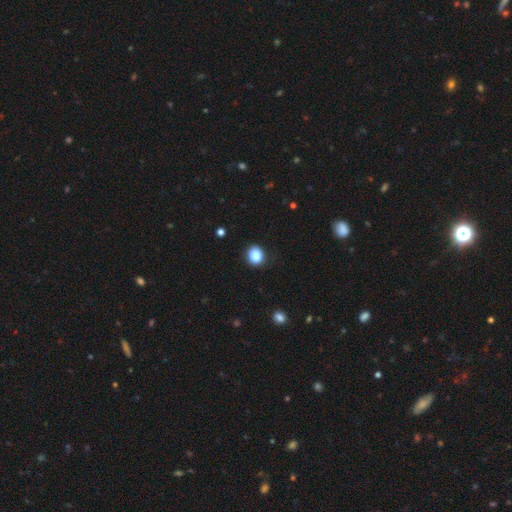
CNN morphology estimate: This is clearly a smooth galaxy (87%). How rounded: likely round (72%). Merging: clearly none (84%).